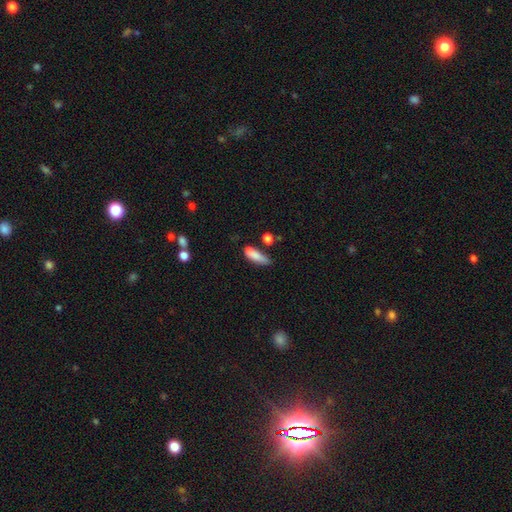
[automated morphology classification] smooth-or-featured: smooth: 79% | featured or disk: 13% | star or artifact: 8%
  how-rounded: cigar-shaped: 52% | in between: 45% | round: 3%
  merging: none: 45% | minor disturbance: 28% | merger: 15% | major disturbance: 12%